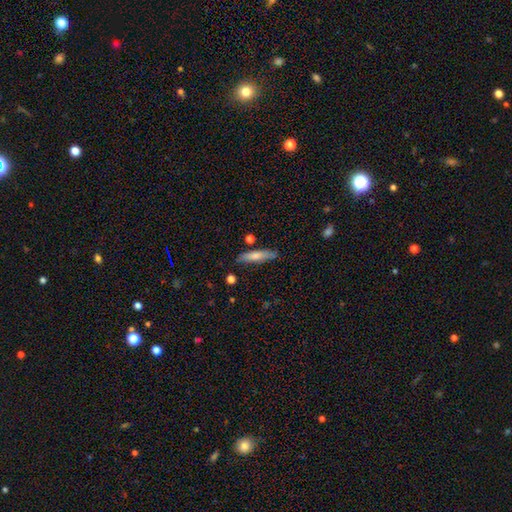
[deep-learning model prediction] Morphology: type=smooth (69%); roundness=cigar-shaped (79%); merging=none (81%).